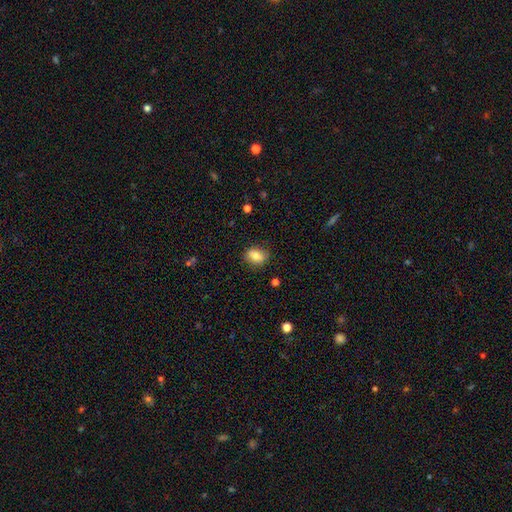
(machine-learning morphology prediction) The model was most divided on "how rounded": in between: 61%, round: 37%, cigar-shaped: 2%. More confident: merging — none (82%); smooth or featured — smooth (80%).